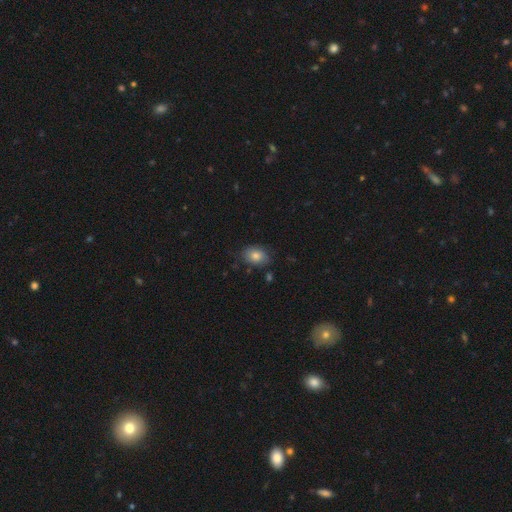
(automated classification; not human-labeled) smooth_or_featured: smooth (p=0.80) [alt: featured or disk p=0.12]
how_rounded: in between (p=0.76) [alt: round p=0.22]
merging: none (p=0.76) [alt: minor disturbance p=0.18]